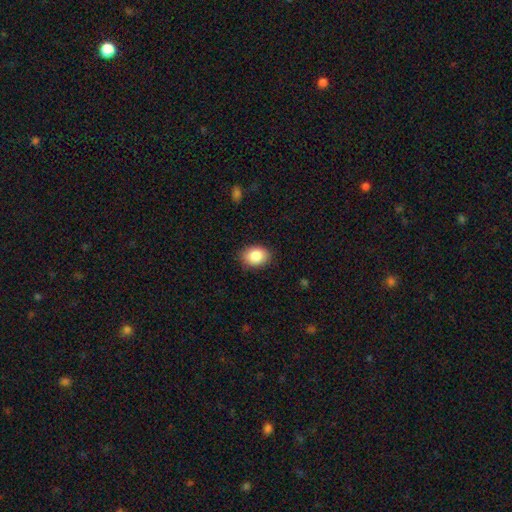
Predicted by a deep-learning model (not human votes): Smooth or featured? smooth (87%)
How rounded? in between (72%)
Merging? none (85%)